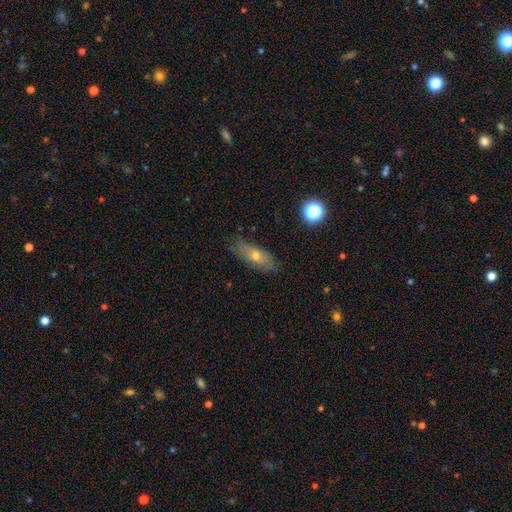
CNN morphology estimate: This is possibly a smooth galaxy (55%). How rounded: likely in between (66%). Merging: likely none (74%).